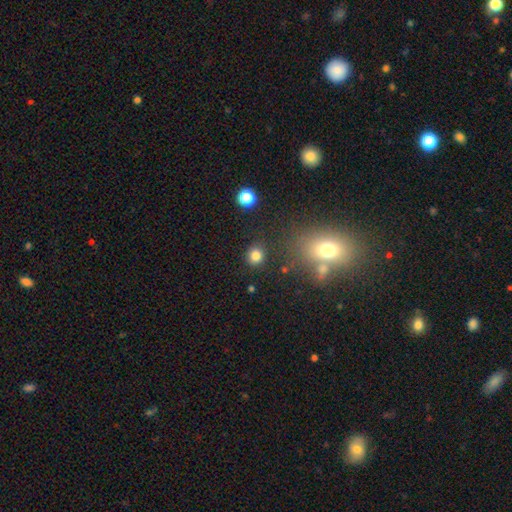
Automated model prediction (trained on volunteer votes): Smooth or featured: smooth — 82% (star or artifact — 13%)
How rounded: round — 83% (in between — 16%)
Merging: none — 85% (minor disturbance — 8%)